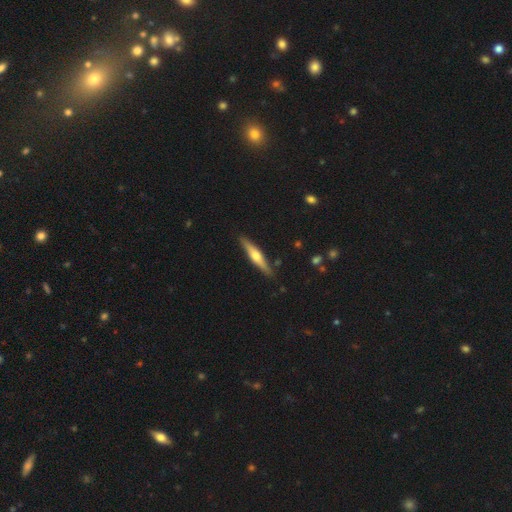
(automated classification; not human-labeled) This appears to be a featured or disk galaxy (58%) viewed edge-on (96%) with a rounded central bulge (88%). Merging: none (88%).